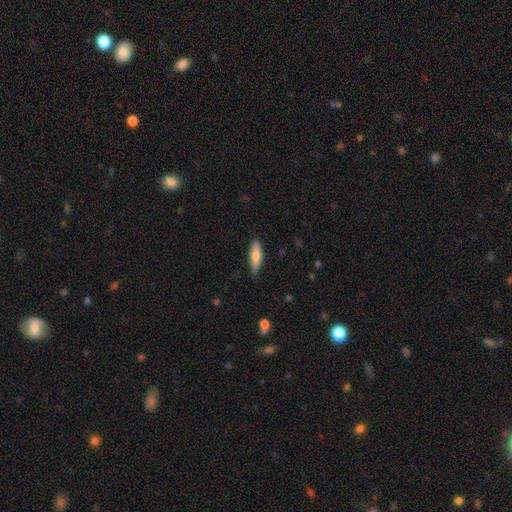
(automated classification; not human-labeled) Smooth or featured? Predicted: smooth (p=0.73). How rounded? Predicted: cigar-shaped (p=0.60). Merging? Predicted: none (p=0.82).